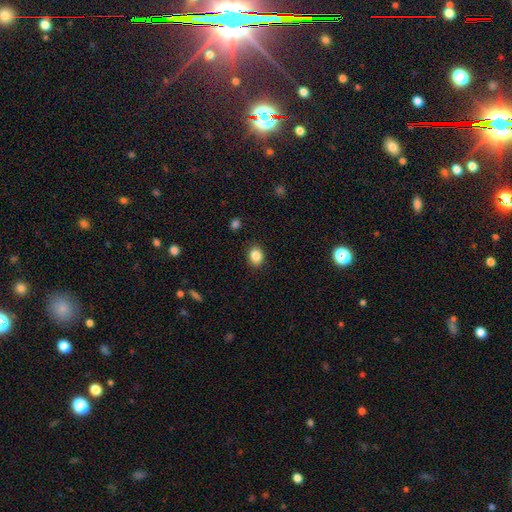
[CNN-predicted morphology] Overall: smooth (86%). How rounded: round (55%; in between 44%). Merging: none (89%).